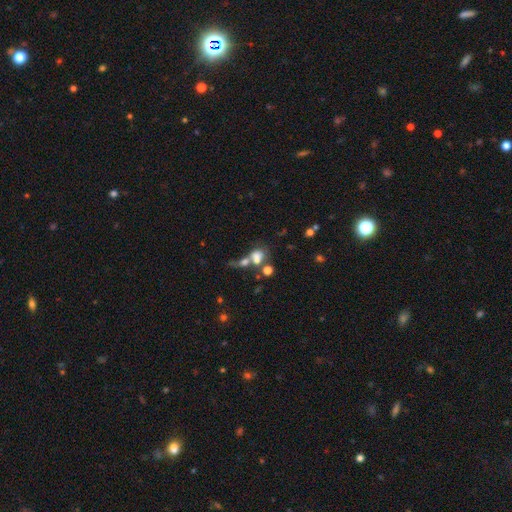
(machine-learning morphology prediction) Overall: smooth (61%). How rounded: in between (49%; round 48%). Merging: merger (51%; none 27%).